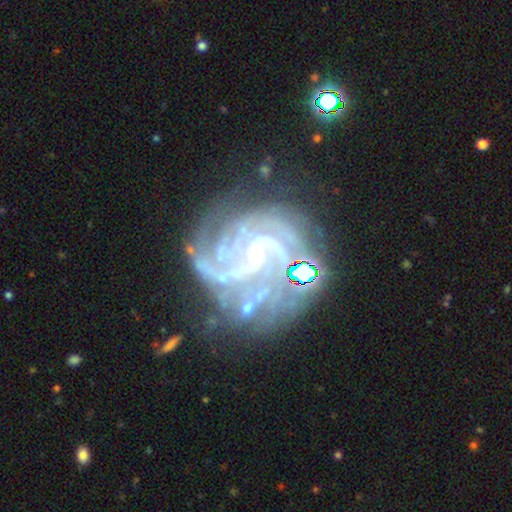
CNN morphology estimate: This is clearly a featured or disk galaxy (88%). It is clearly not viewed edge-on (98%). Bar: possibly no (53%). Spiral arm pattern: clearly yes (97%). Spiral arm count: marginally 4 (26%). Spiral winding: likely tight (61%). Central bulge: clearly small (82%). Merging: likely none (65%).